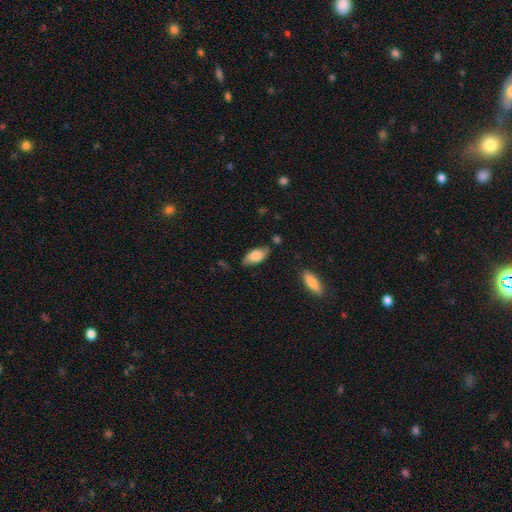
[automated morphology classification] A smooth galaxy with no disk features (71%) that is in between round and cigar-shaped (89%). Merging: none (70%).